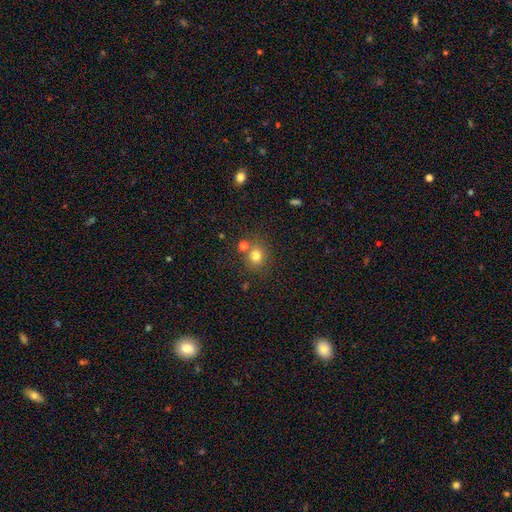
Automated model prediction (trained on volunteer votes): The model was most divided on "merging": none: 71%, merger: 15%, minor disturbance: 10%, major disturbance: 3%. More confident: how rounded — round (82%); smooth or featured — smooth (77%).